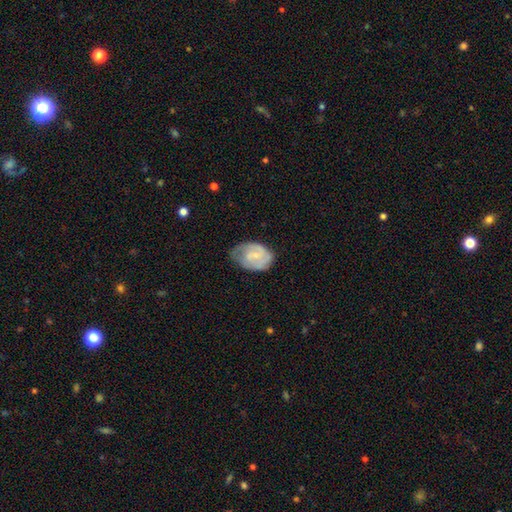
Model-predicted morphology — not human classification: featured or disk 62%, smooth 32%, star or artifact 6%. Down the decision tree: edge-on disk — no (98%); bar — weak (46%, tied with no); spiral arms — yes (86%); spiral arm count — 2 (52%); spiral winding — tight (46%); bulge size — small (60%); merging — none (50%).